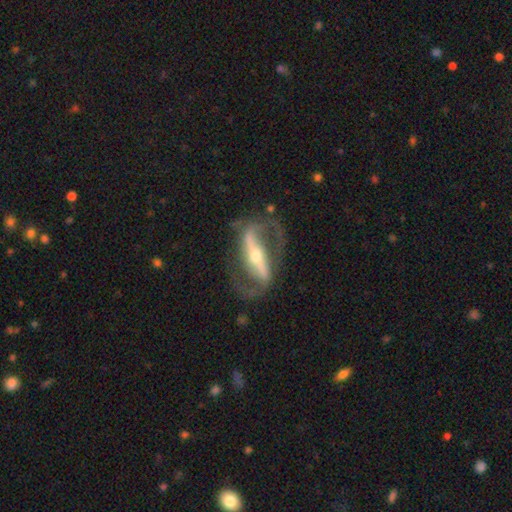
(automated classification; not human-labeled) This is clearly a featured or disk galaxy (89%). It is clearly not viewed edge-on (83%). Bar: likely strong (75%). Spiral arm pattern: clearly yes (87%). Spiral arm count: clearly 2 (90%). Spiral winding: marginally medium (45%). Central bulge: possibly moderate (51%). Merging: likely none (70%).